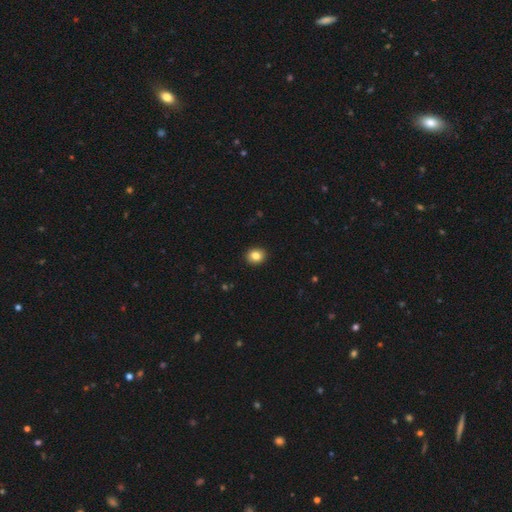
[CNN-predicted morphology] The model was most divided on "how rounded": round: 70%, in between: 30%, cigar-shaped: 1%. More confident: merging — none (92%); smooth or featured — smooth (84%).